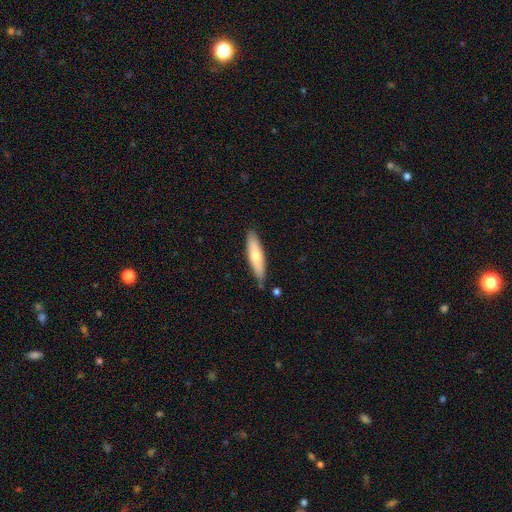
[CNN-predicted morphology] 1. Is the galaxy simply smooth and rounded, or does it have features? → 66% smooth, 29% featured or disk, 5% star or artifact.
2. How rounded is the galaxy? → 73% cigar-shaped, 26% in between, 1% round.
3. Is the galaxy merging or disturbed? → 80% none, 14% minor disturbance, 3% merger, 2% major disturbance.